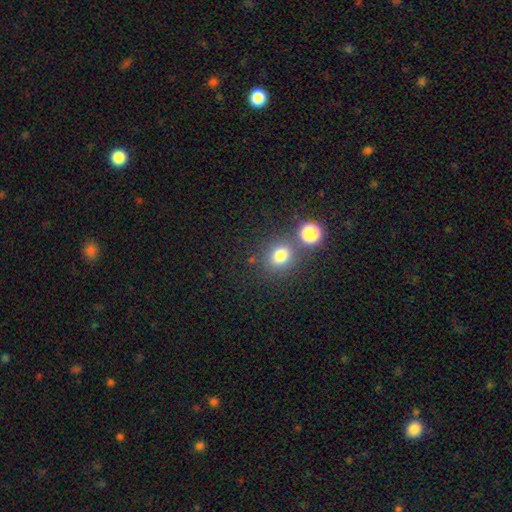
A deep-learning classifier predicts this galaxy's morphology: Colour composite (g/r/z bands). It shows a smooth galaxy with no disk features (62%) that is round (90%). Merging: none (77%).